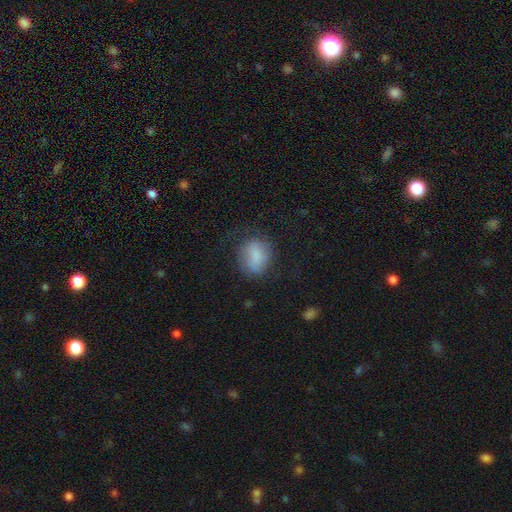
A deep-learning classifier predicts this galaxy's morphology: This appears to be a smooth galaxy with no disk features (77%) that is round (58%). Merging: none (63%).